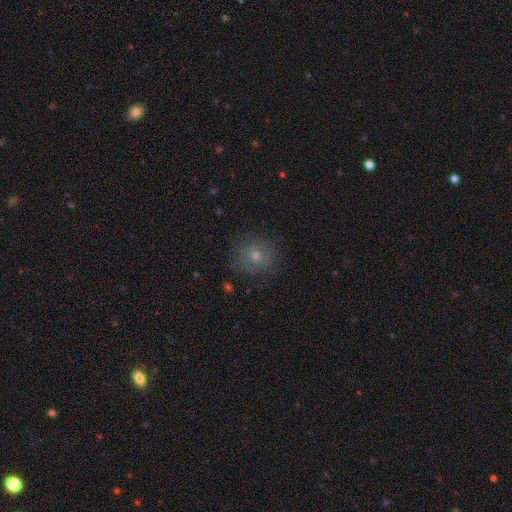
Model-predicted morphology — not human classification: type=smooth (60%); roundness=round (87%); merging=none (83%).